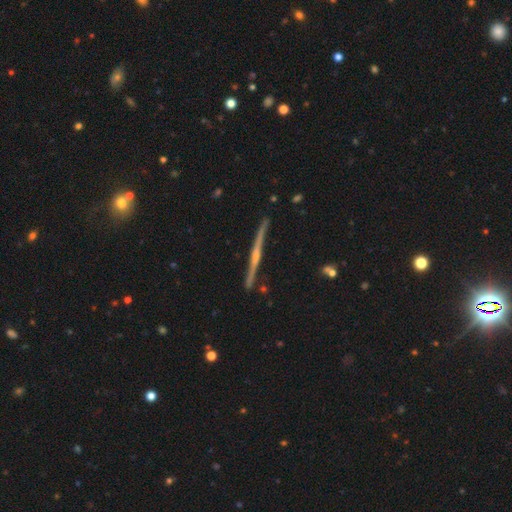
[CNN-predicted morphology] A featured or disk galaxy (81%) viewed edge-on (98%) with a rounded central bulge (60%).

Vote fractions:
- Smooth or featured? featured or disk: 81% / smooth: 14% / star or artifact: 6%
- Edge-on disk? yes: 98% / no: 2%
- Edge-on bulge? rounded: 60% / none: 28% / boxy: 12%
- Merging? none: 89% / minor disturbance: 8% / merger: 2% / major disturbance: 1%